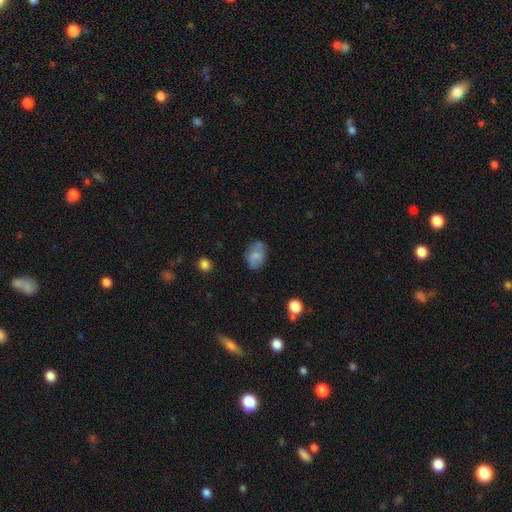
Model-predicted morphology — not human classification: smooth_or_featured: smooth (p=0.72) [alt: featured or disk p=0.18]
how_rounded: in between (p=0.74) [alt: round p=0.24]
merging: none (p=0.61) [alt: minor disturbance p=0.26]